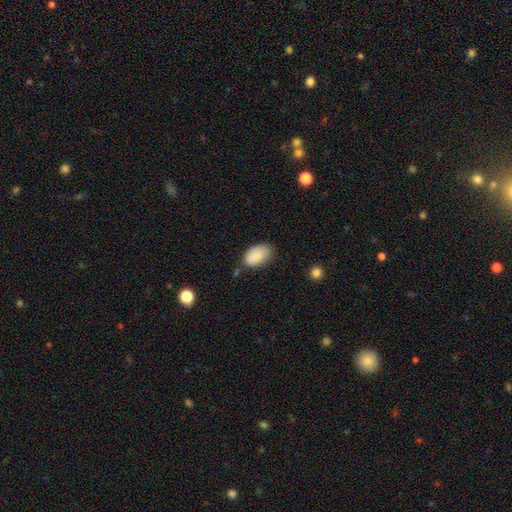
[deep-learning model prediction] The model was most divided on "merging": none: 69%, minor disturbance: 23%, major disturbance: 5%, merger: 3%. More confident: how rounded — in between (93%); smooth or featured — smooth (88%).